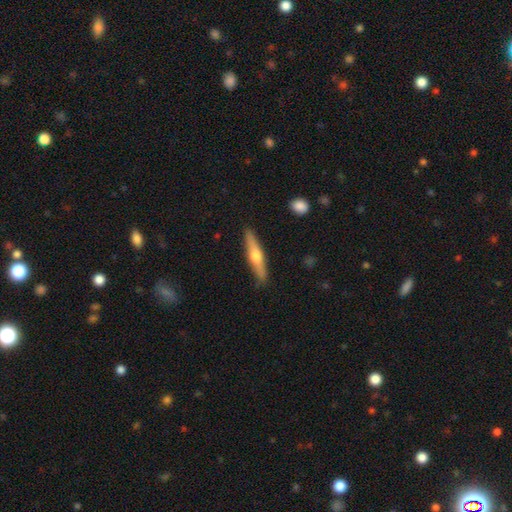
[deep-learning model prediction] This appears to be a featured or disk galaxy (55%) viewed edge-on (95%) with a rounded central bulge (92%). Merging: none (89%).